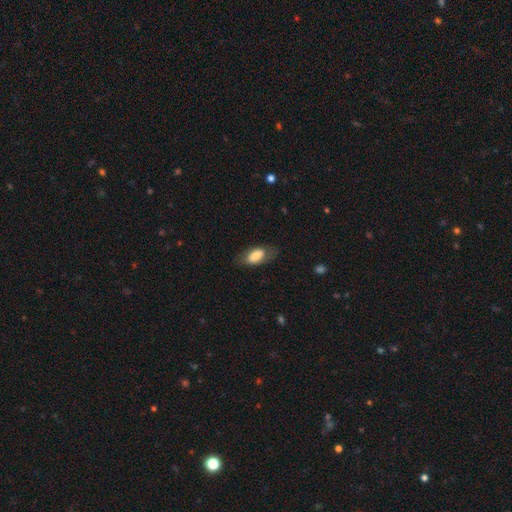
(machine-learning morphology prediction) Q: Smooth or featured?
A: smooth (70%); runner-up: featured or disk (23%)
Q: How rounded?
A: in between (88%); runner-up: cigar-shaped (9%)
Q: Merging?
A: none (72%); runner-up: minor disturbance (18%)